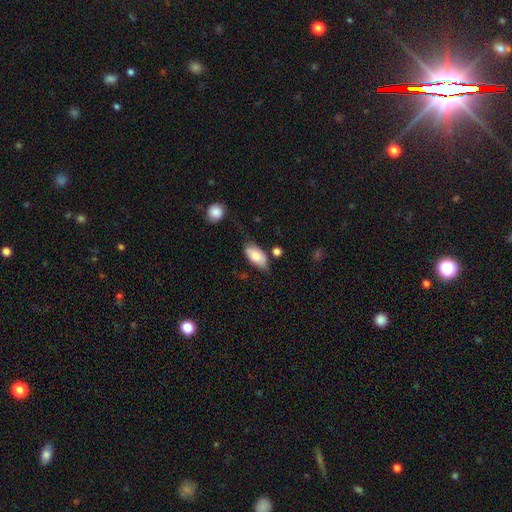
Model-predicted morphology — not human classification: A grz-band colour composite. It shows a smooth galaxy with no disk features (77%) that is in between round and cigar-shaped (93%). Merging: none (68%).